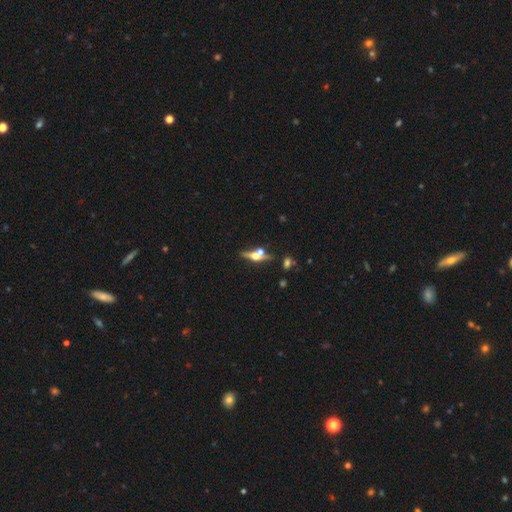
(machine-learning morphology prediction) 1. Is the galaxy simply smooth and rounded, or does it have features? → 63% featured or disk, 26% smooth, 10% star or artifact.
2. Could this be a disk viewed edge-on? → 89% yes, 11% no.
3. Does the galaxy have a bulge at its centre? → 94% rounded, 4% boxy, 3% none.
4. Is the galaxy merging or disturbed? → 59% none, 26% merger, 10% minor disturbance, 5% major disturbance.